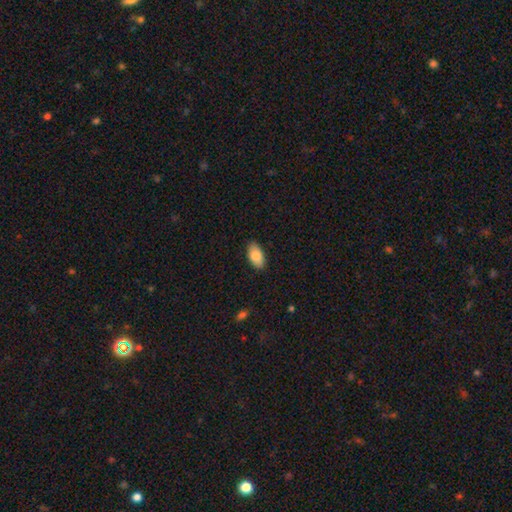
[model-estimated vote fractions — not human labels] Smooth or featured?
  - smooth: 83% *
  - featured or disk: 11%
  - star or artifact: 7%
How rounded?
  - in between: 94% *
  - cigar-shaped: 3%
  - round: 3%
Merging?
  - none: 87% *
  - minor disturbance: 10%
  - major disturbance: 2%
  - merger: 1%